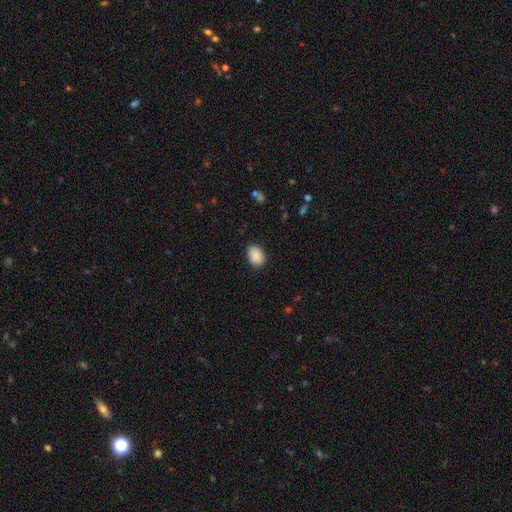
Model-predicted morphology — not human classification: type=smooth (89%); roundness=in between (78%); merging=none (83%).